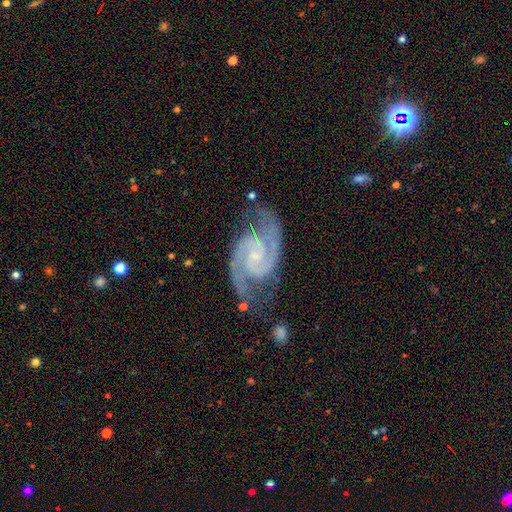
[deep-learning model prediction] The model was most divided on "spiral winding": medium: 49%, tight: 45%, loose: 6%. Remaining: spiral arms — yes (99%); edge-on disk — no (98%); smooth or featured — featured or disk (94%); spiral arm count — 2 (93%); merging — none (72%); bulge size — small (69%); bar — no (49%).